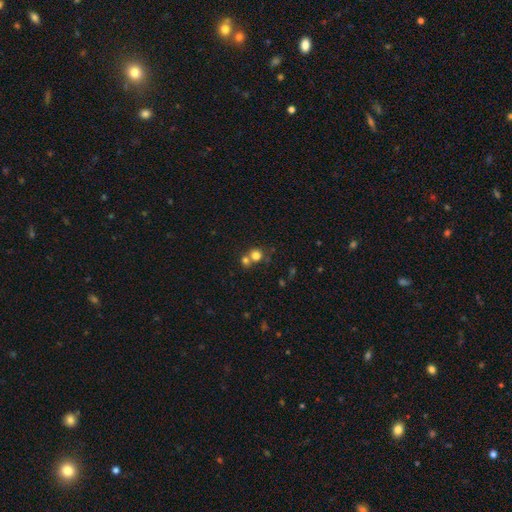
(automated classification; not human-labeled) A smooth galaxy with no disk features (76%) that is round (85%).

Vote fractions:
- Smooth or featured? smooth: 76% / star or artifact: 13% / featured or disk: 10%
- How rounded? round: 85% / in between: 14% / cigar-shaped: 1%
- Merging? merger: 46% / none: 45% / minor disturbance: 6% / major disturbance: 3%